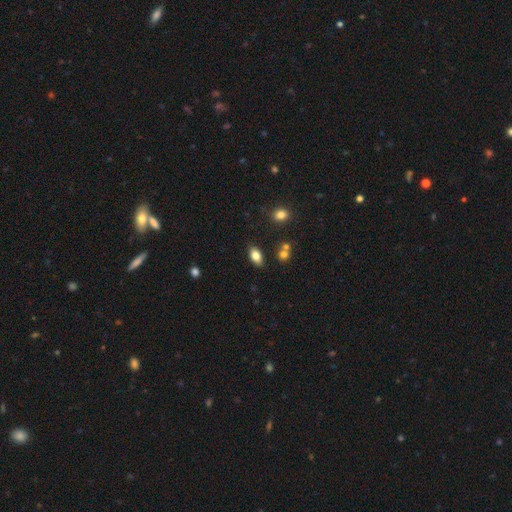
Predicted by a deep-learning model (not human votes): Smooth or featured? smooth (80%)
How rounded? in between (88%)
Merging? none (81%)